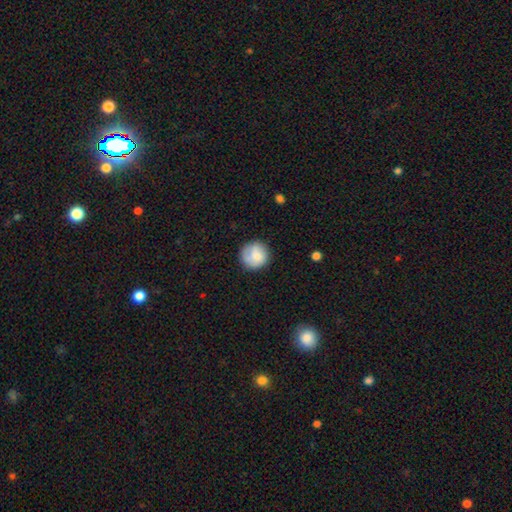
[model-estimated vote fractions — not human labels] Overall: smooth (78%). How rounded: round (92%). Merging: none (77%).